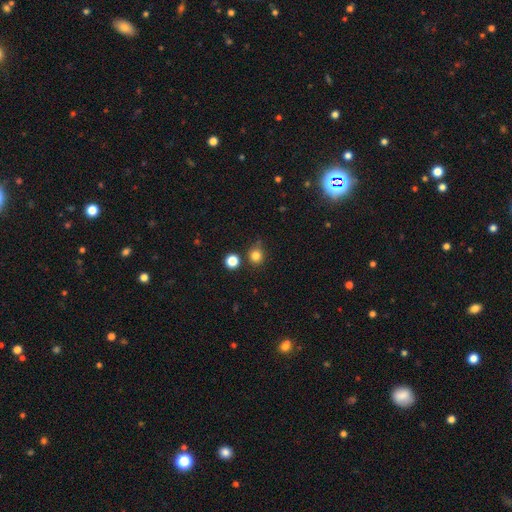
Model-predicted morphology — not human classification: The model was most divided on "merging": none: 75%, minor disturbance: 14%, merger: 7%, major disturbance: 4%. More confident: how rounded — round (88%); smooth or featured — smooth (82%).